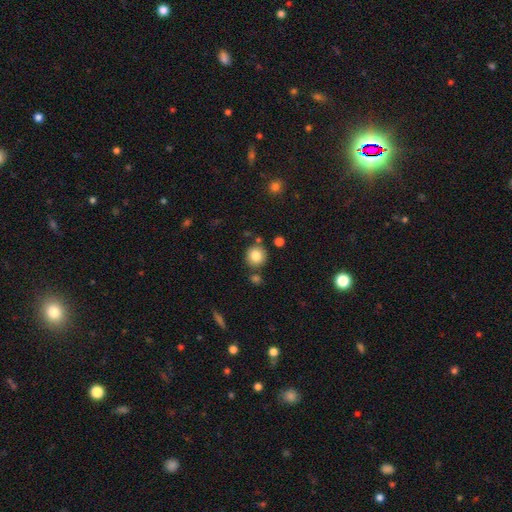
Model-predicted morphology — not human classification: Overall: smooth (83%). How rounded: round (91%). Merging: none (80%).